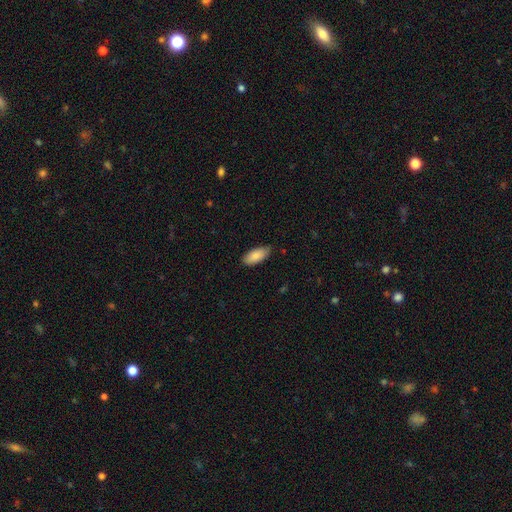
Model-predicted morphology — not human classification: Q: Smooth or featured?
A: smooth (88%); runner-up: featured or disk (6%)
Q: How rounded?
A: in between (88%); runner-up: cigar-shaped (10%)
Q: Merging?
A: none (82%); runner-up: minor disturbance (15%)